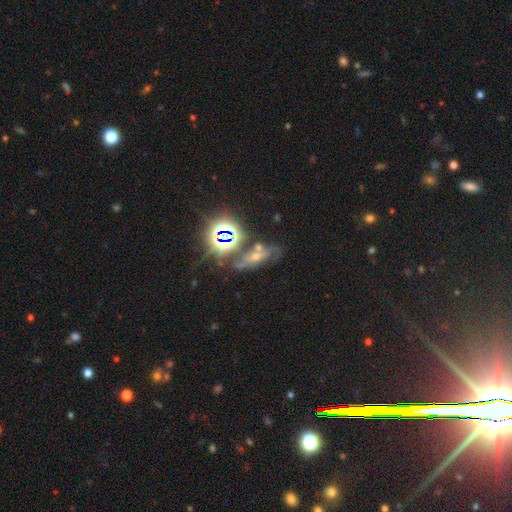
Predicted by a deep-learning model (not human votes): A star or artifact, not a galaxy (52%).